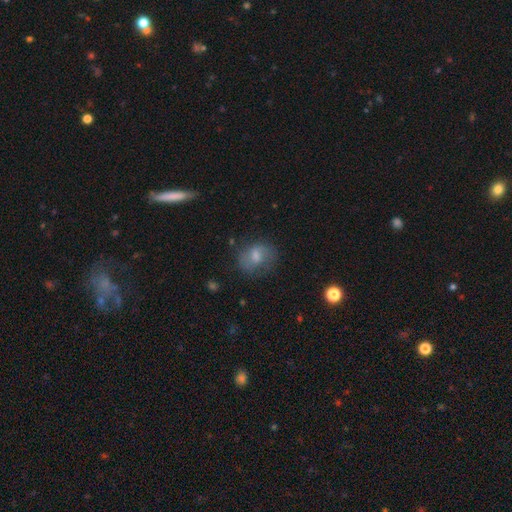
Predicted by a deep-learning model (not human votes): Smooth or featured?
  - smooth: 59% *
  - featured or disk: 31%
  - star or artifact: 10%
How rounded?
  - in between: 54% *
  - round: 44%
  - cigar-shaped: 1%
Merging?
  - none: 59% *
  - minor disturbance: 24%
  - major disturbance: 14%
  - merger: 3%